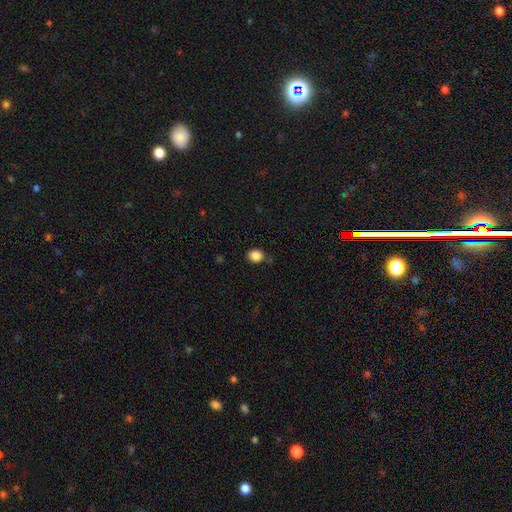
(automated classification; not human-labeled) A smooth galaxy with no disk features (86%) that is round (64%).

Vote fractions:
- Smooth or featured? smooth: 86% / star or artifact: 10% / featured or disk: 3%
- How rounded? round: 64% / in between: 35% / cigar-shaped: 1%
- Merging? none: 81% / minor disturbance: 13% / major disturbance: 3% / merger: 3%